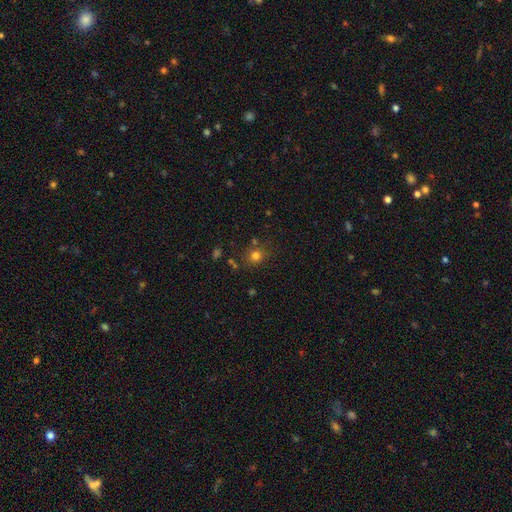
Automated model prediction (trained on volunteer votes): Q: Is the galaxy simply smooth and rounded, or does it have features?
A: smooth — 76%.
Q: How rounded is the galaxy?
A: round — 84%.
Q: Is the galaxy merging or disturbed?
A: none — 78%.